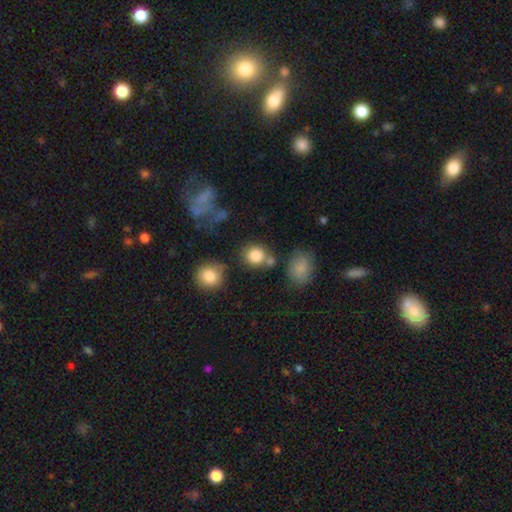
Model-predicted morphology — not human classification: Smooth or featured? Predicted: smooth (p=0.84). How rounded? Predicted: round (p=0.83). Merging? Predicted: none (p=0.64).